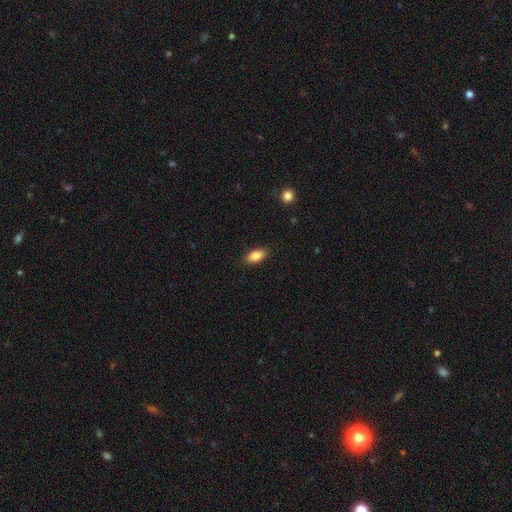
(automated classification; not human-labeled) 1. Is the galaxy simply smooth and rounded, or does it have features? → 87% smooth, 8% star or artifact, 5% featured or disk.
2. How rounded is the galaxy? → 90% in between, 6% cigar-shaped, 4% round.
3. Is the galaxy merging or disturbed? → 87% none, 9% minor disturbance, 2% major disturbance, 1% merger.